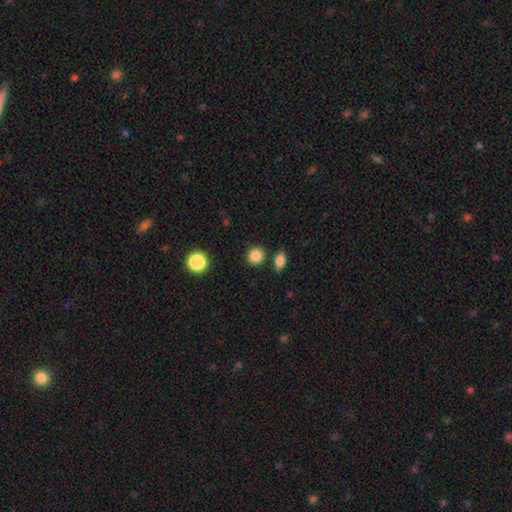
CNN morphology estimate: A smooth galaxy with no disk features (86%) that is round (86%).

Vote fractions:
- Smooth or featured? smooth: 86% / star or artifact: 10% / featured or disk: 4%
- How rounded? round: 86% / in between: 13% / cigar-shaped: 1%
- Merging? none: 84% / minor disturbance: 8% / merger: 5% / major disturbance: 3%